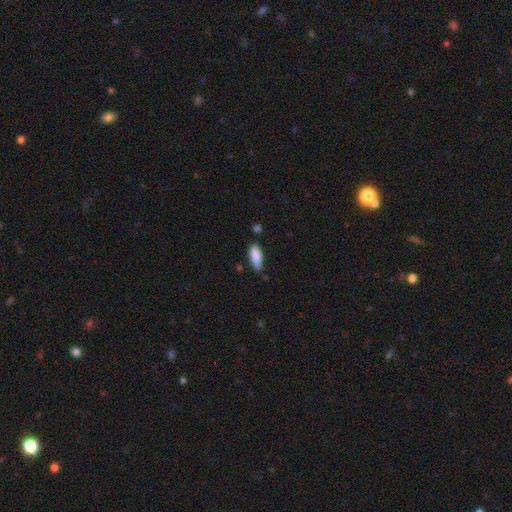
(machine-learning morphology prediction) Smooth or featured: smooth — 88% (star or artifact — 7%)
How rounded: in between — 76% (cigar-shaped — 22%)
Merging: none — 64% (minor disturbance — 28%)